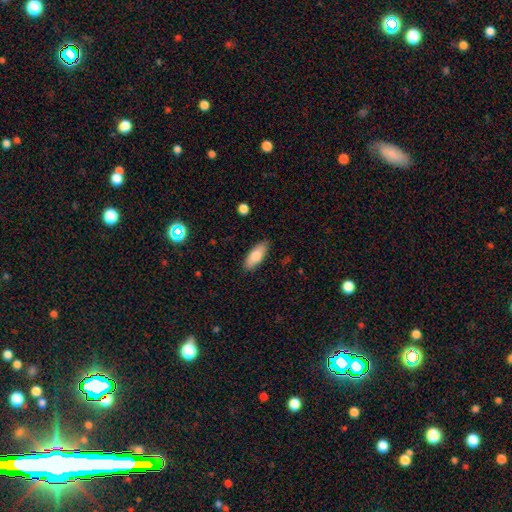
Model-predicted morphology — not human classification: Smooth or featured: smooth — 78% (featured or disk — 16%)
How rounded: in between — 75% (cigar-shaped — 22%)
Merging: none — 87% (minor disturbance — 10%)